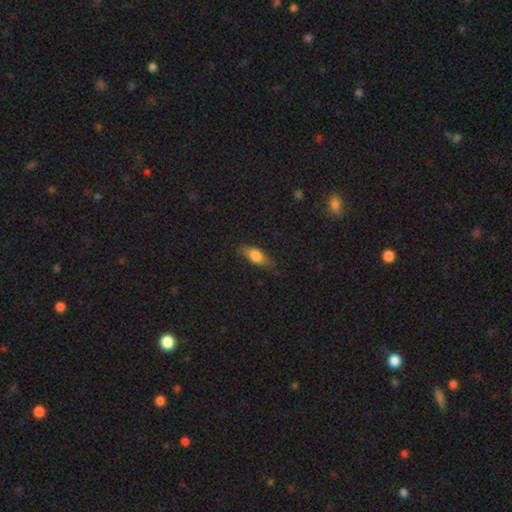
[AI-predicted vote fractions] Smooth or featured?
  - smooth: 76% *
  - featured or disk: 17%
  - star or artifact: 7%
How rounded?
  - in between: 77% *
  - cigar-shaped: 19%
  - round: 4%
Merging?
  - none: 74% *
  - minor disturbance: 20%
  - major disturbance: 4%
  - merger: 1%